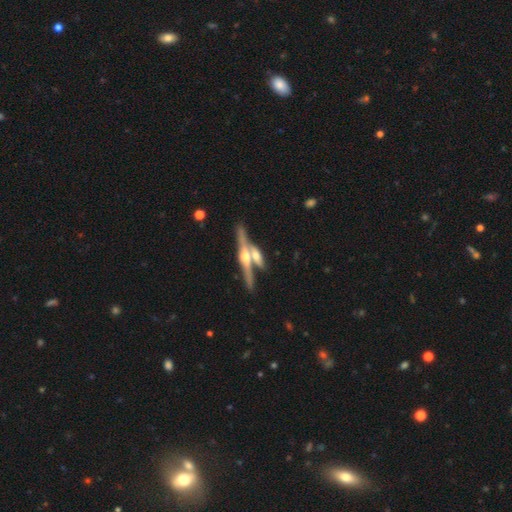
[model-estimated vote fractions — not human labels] Morphology: type=featured or disk (78%); edge-on=yes (95%); edge-on bulge=rounded (89%); merging=none (54%).